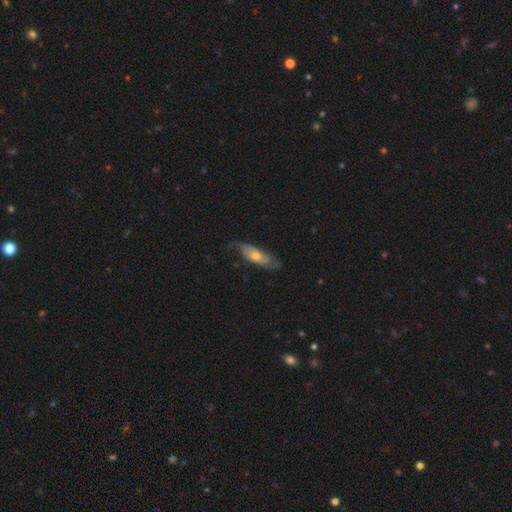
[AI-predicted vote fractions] smooth_or_featured: featured or disk (p=0.48) [alt: smooth p=0.46]
merging: none (p=0.60) [alt: minor disturbance p=0.27]